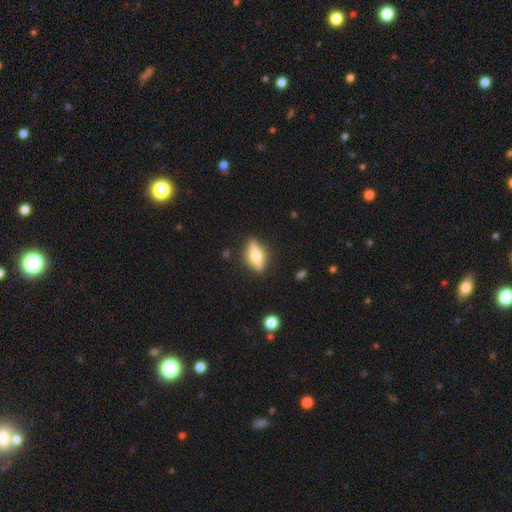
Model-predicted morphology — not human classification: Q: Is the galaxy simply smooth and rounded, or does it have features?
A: featured or disk — 57%.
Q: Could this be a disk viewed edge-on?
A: yes — 88%.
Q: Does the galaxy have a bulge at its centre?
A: rounded — 93%.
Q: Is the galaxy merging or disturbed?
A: none — 84%.